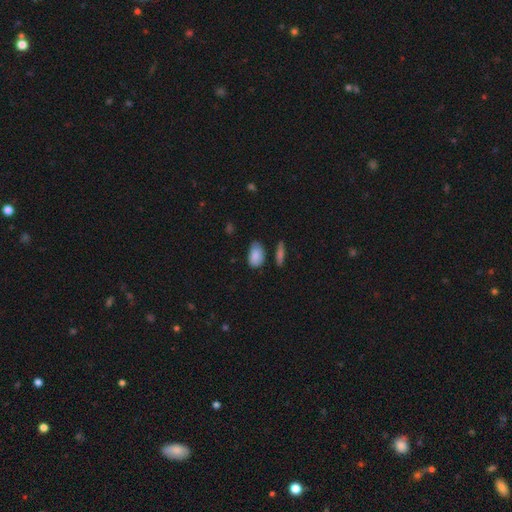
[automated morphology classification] This is clearly a smooth galaxy (82%). How rounded: clearly in between (90%). Merging: possibly none (55%).